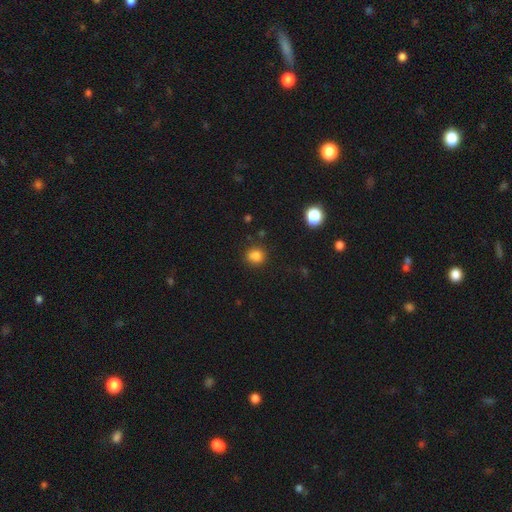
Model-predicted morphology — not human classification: Overall: smooth (82%). How rounded: round (83%). Merging: none (82%).